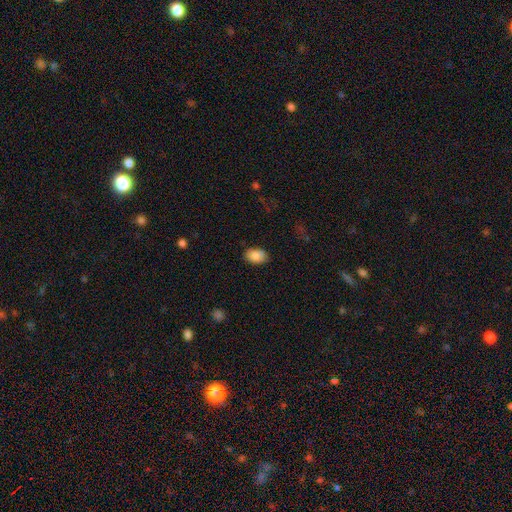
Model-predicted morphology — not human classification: The model was most divided on "merging": none: 83%, minor disturbance: 13%, major disturbance: 3%, merger: 1%. More confident: how rounded — in between (87%); smooth or featured — smooth (86%).